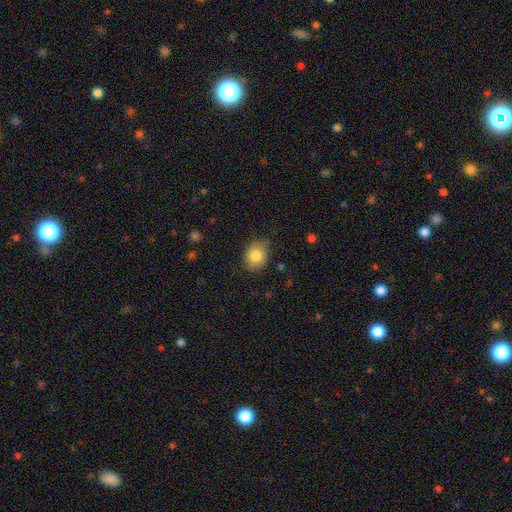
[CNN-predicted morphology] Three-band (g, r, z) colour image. It shows a smooth galaxy with no disk features (84%) that is in between round and cigar-shaped (55%). Merging: none (75%).